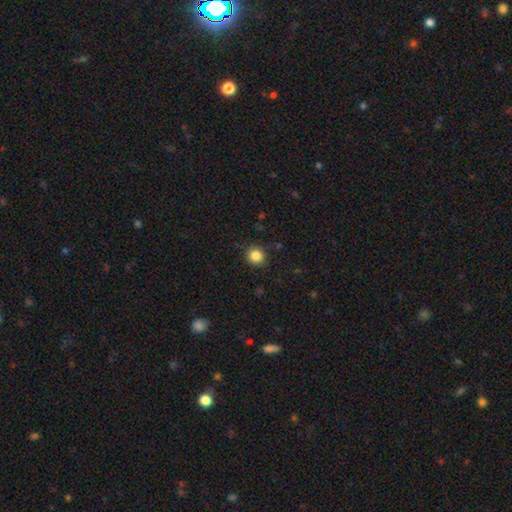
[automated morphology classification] A smooth galaxy with no disk features (84%) that is round (92%). Merging: none (89%).